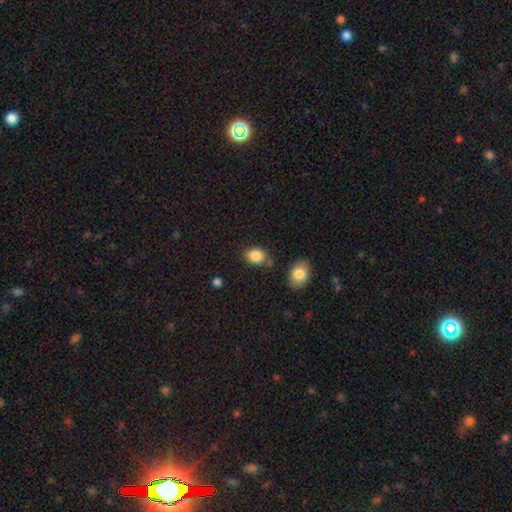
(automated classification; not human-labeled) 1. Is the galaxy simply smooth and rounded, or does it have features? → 87% smooth, 9% star or artifact, 5% featured or disk.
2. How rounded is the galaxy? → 62% in between, 37% round, 1% cigar-shaped.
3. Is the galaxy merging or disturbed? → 68% none, 19% minor disturbance, 8% merger, 5% major disturbance.